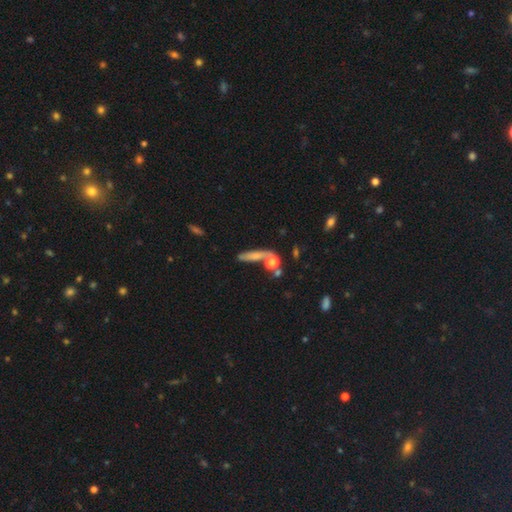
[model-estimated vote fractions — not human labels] smooth-or-featured: smooth: 62% | featured or disk: 25% | star or artifact: 13%
  how-rounded: cigar-shaped: 63% | in between: 23% | round: 14%
  merging: none: 55% | merger: 19% | minor disturbance: 16% | major disturbance: 10%